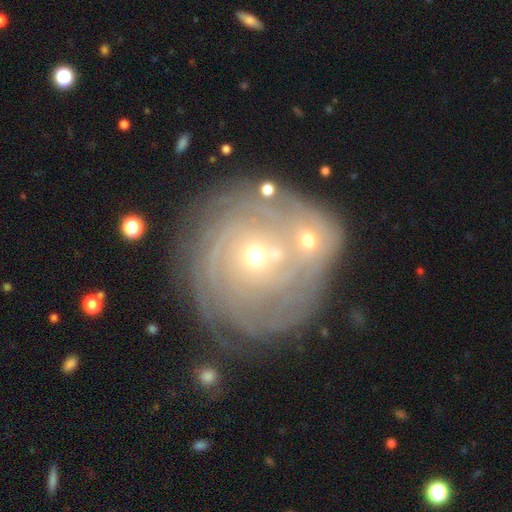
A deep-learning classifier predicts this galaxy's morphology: Smooth or featured: featured or disk — 76% (smooth — 14%)
Edge-on disk: no — 97% (yes — 3%)
Bar: no — 75% (weak — 20%)
Spiral arms: yes — 89% (no — 11%)
Spiral winding: tight — 82% (medium — 14%)
Spiral arm count: can't tell — 45% (3 — 13%)
Bulge size: small — 58% (moderate — 38%)
Merging: none — 61% (merger — 21%)